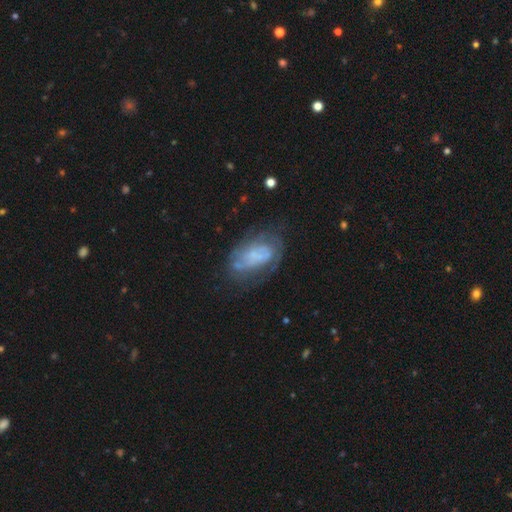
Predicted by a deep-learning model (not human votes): Smooth or featured? featured or disk (60%)
Edge-on disk? no (96%)
Bar? no (74%)
Spiral arms? yes (58%)
Bulge size? none (41%)
Merging? none (51%)